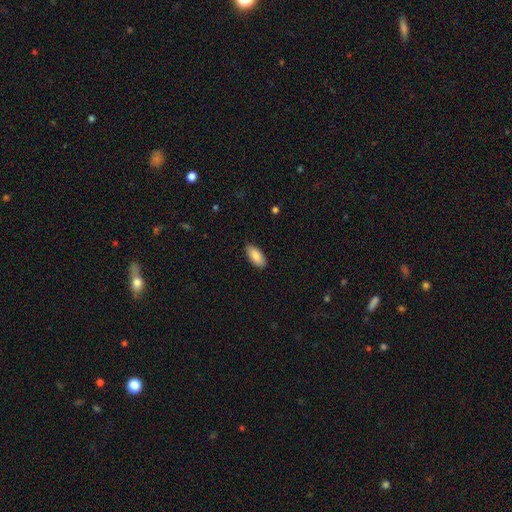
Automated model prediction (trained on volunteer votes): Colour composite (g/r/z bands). It shows a smooth galaxy with no disk features (86%) that is in between round and cigar-shaped (90%). Merging: none (87%).